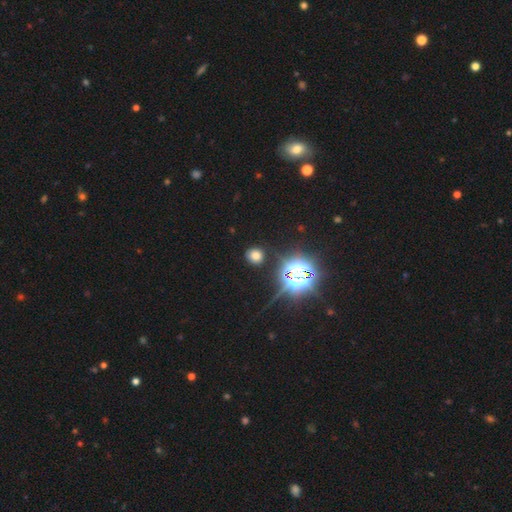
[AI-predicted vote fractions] Smooth or featured? smooth (65%)
How rounded? round (84%)
Merging? none (87%)